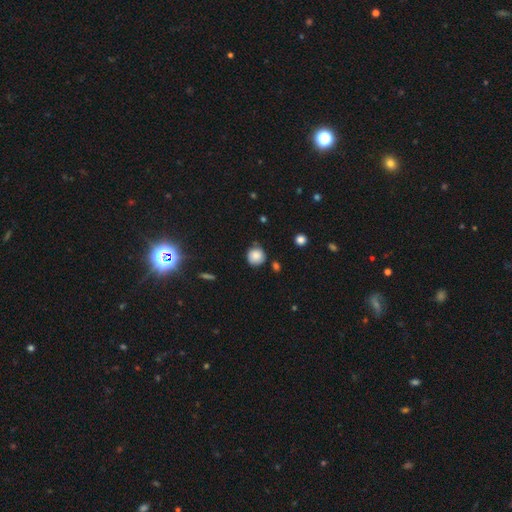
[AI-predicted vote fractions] A smooth galaxy with no disk features (82%) that is round (93%).

Vote fractions:
- Smooth or featured? smooth: 82% / star or artifact: 10% / featured or disk: 8%
- How rounded? round: 93% / in between: 6% / cigar-shaped: 1%
- Merging? none: 79% / minor disturbance: 15% / merger: 4% / major disturbance: 3%